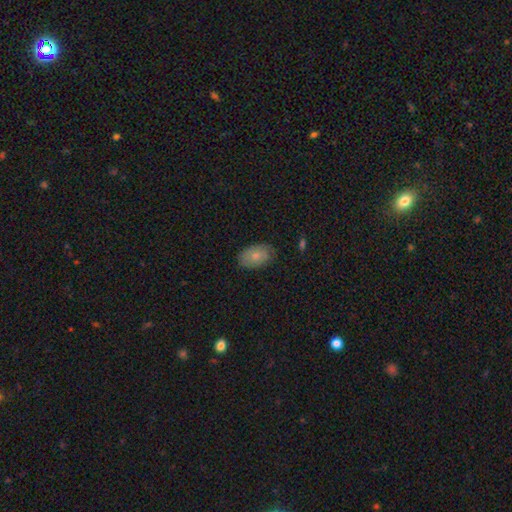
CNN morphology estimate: smooth-or-featured: smooth: 79% | featured or disk: 14% | star or artifact: 7%
  how-rounded: in between: 91% | round: 7% | cigar-shaped: 1%
  merging: none: 80% | minor disturbance: 15% | major disturbance: 3% | merger: 1%